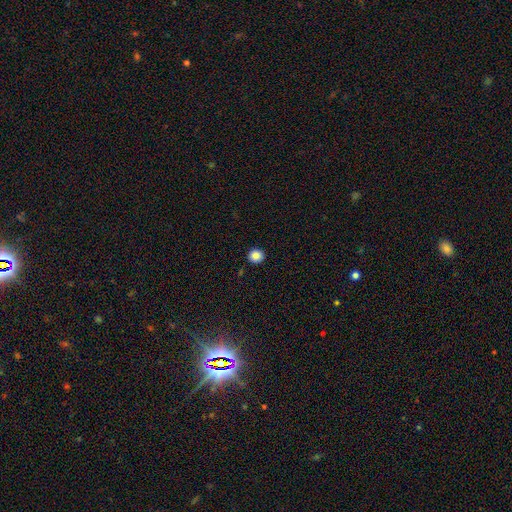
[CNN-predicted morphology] This is clearly a smooth galaxy (86%). How rounded: clearly round (89%). Merging: clearly none (92%).